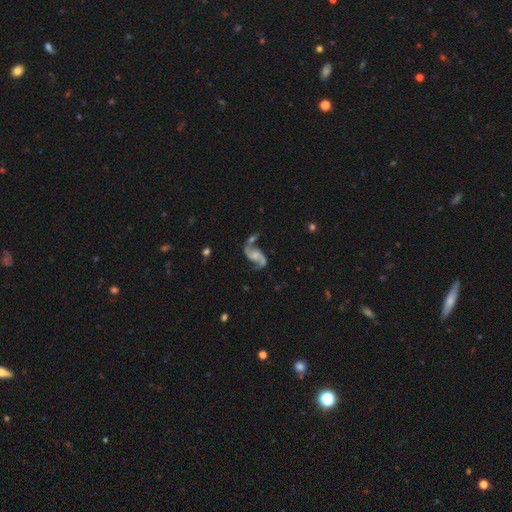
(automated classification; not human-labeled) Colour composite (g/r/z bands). It shows a featured or disk galaxy (88%) with no bar (54%), 2 (93%) loose (62%) spiral arms (96%) and a small central bulge (35%). Merging: none (55%).